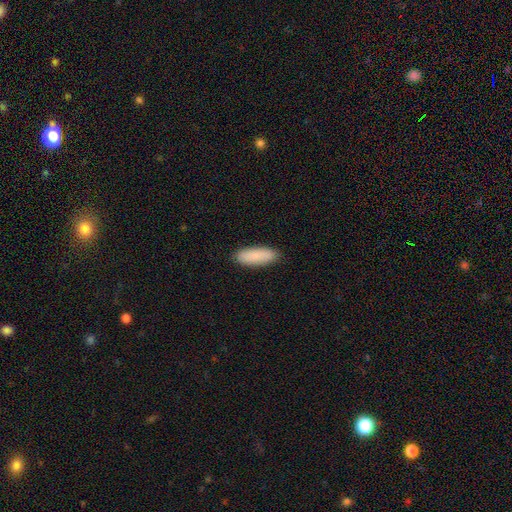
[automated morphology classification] Smooth or featured: smooth — 89% (featured or disk — 6%)
How rounded: in between — 63% (cigar-shaped — 35%)
Merging: none — 89% (minor disturbance — 8%)